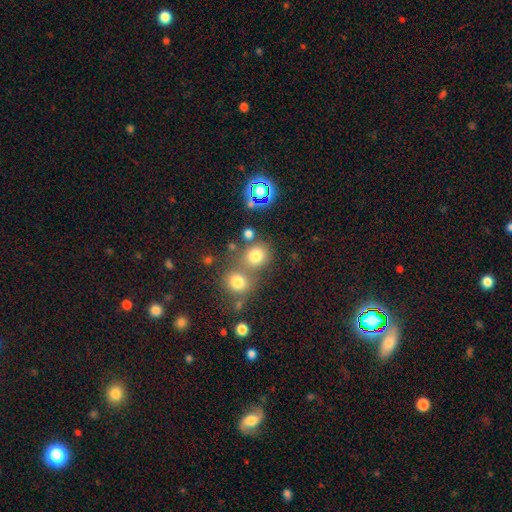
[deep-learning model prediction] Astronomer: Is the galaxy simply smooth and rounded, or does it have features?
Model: smooth — 74%.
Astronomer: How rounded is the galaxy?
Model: round — 79%.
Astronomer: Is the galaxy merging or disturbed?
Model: none — 55% (runner-up: merger, 31%).